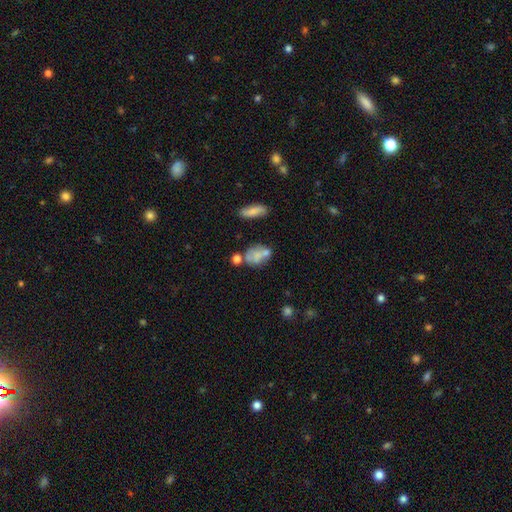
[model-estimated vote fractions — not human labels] Smooth or featured: smooth — 58% (featured or disk — 30%)
How rounded: in between — 74% (round — 23%)
Merging: none — 35% (merger — 32%)